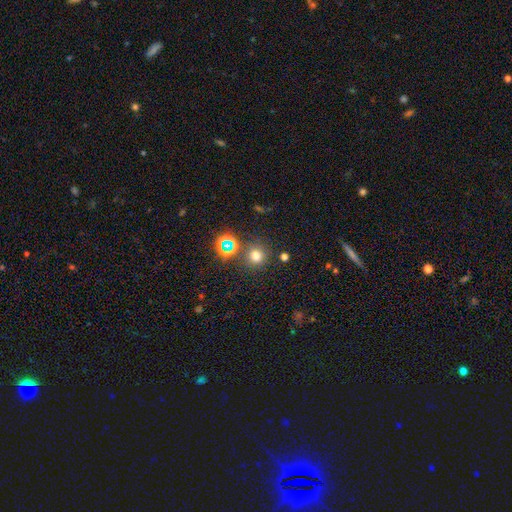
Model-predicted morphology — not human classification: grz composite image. It shows a smooth galaxy with no disk features (70%) that is round (91%). Merging: none (82%).